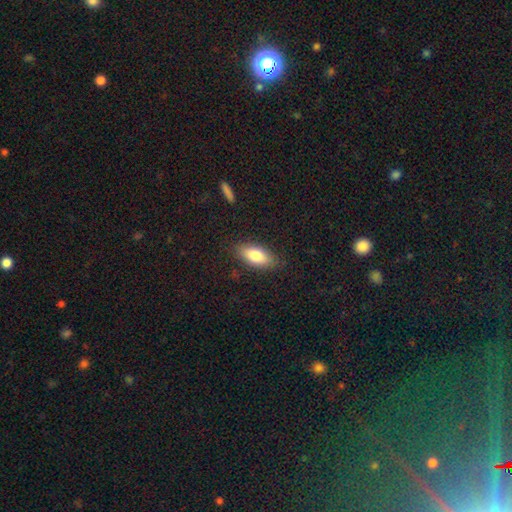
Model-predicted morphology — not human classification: A smooth galaxy with no disk features (80%) that is in between round and cigar-shaped (84%).

Vote fractions:
- Smooth or featured? smooth: 80% / featured or disk: 13% / star or artifact: 7%
- How rounded? in between: 84% / cigar-shaped: 14% / round: 3%
- Merging? none: 84% / minor disturbance: 12% / major disturbance: 3% / merger: 1%